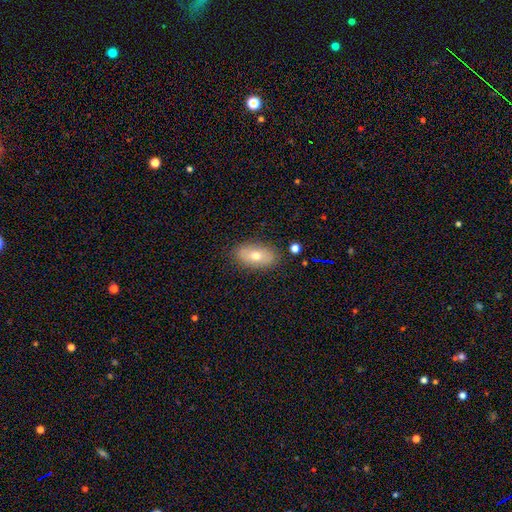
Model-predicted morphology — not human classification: Smooth or featured? Predicted: smooth (p=0.66). How rounded? Predicted: in between (p=0.90). Merging? Predicted: none (p=0.84).